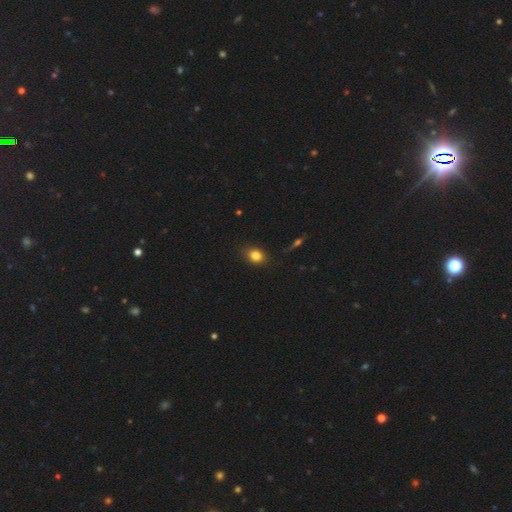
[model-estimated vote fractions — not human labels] smooth 81%, star or artifact 11%, featured or disk 8%. Down the decision tree: how rounded — in between (56%); merging — none (84%).